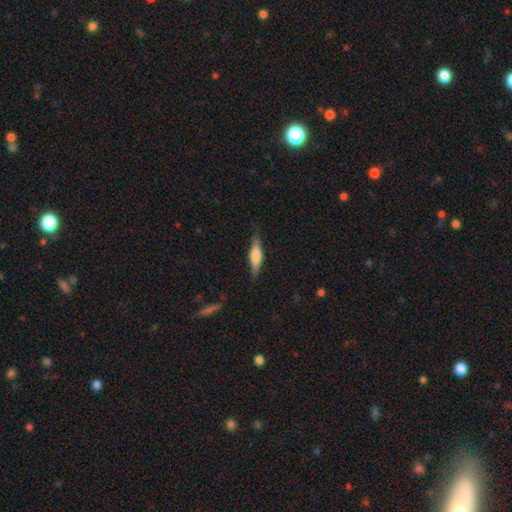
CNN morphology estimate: type=smooth (56%); roundness=cigar-shaped (69%); merging=none (80%).